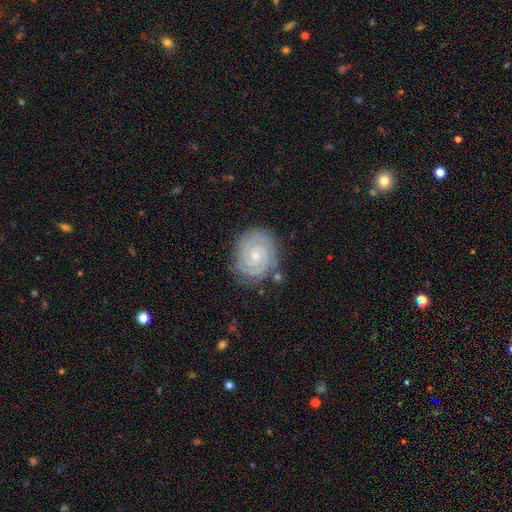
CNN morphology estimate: Smooth or featured? Predicted: featured or disk (p=0.91). Edge-on disk? Predicted: no (p=0.98). Bar? Predicted: no (p=0.63). Spiral arms? Predicted: yes (p=0.99). Spiral winding? Predicted: tight (p=0.84). Spiral arm count? Predicted: 2 (p=0.74). Bulge size? Predicted: small (p=0.70). Merging? Predicted: none (p=0.83).